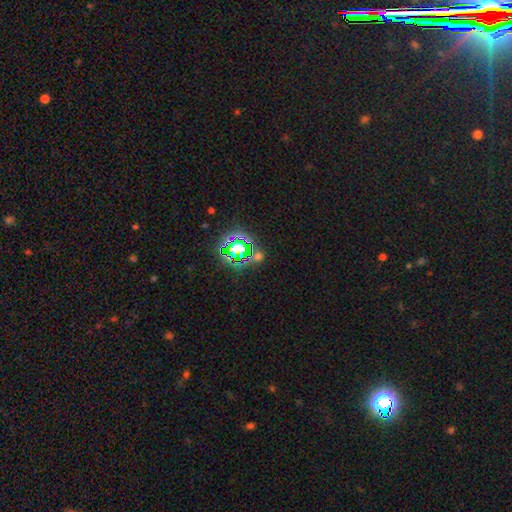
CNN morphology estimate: This appears to be a star or artifact, not a galaxy (69%).